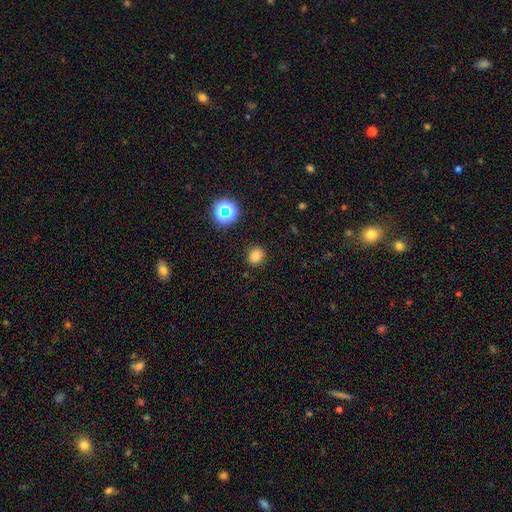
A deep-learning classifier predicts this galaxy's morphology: Smooth or featured? smooth (77%)
How rounded? round (78%)
Merging? none (89%)